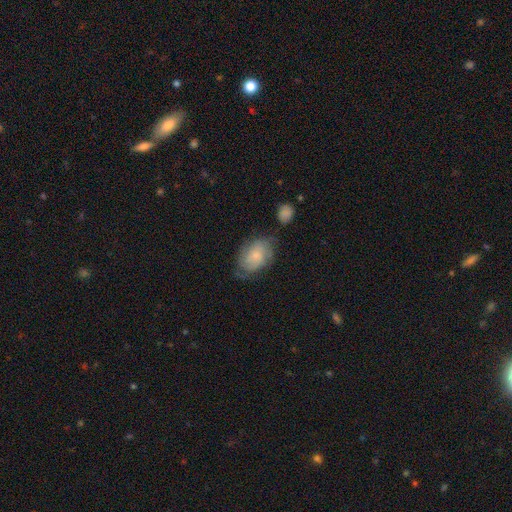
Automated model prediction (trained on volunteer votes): A smooth galaxy with no disk features (53%) that is in between round and cigar-shaped (80%). Merging: none (54%).